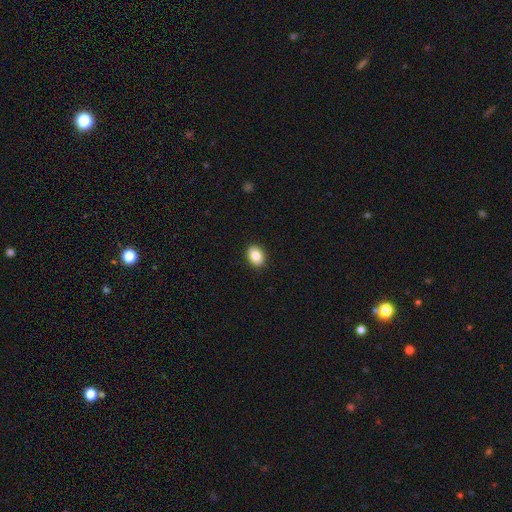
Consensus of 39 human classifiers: Morphology: type=smooth (90%); roundness=in between (57%); merging=none (89%).